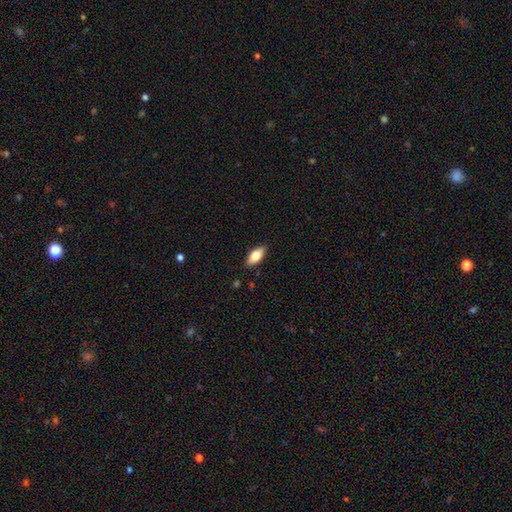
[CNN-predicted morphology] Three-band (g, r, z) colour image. It shows a smooth galaxy with no disk features (73%) that is in between round and cigar-shaped (86%). Merging: none (88%).